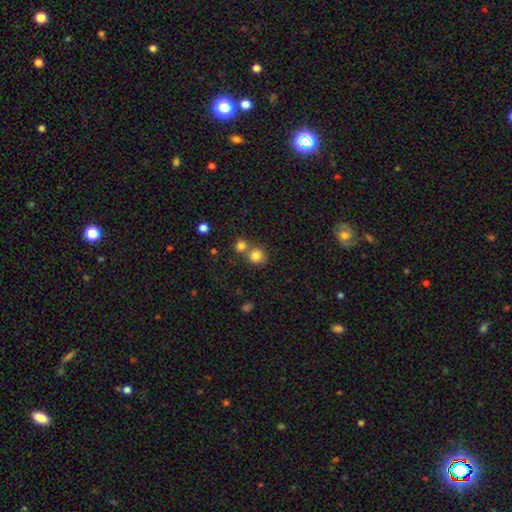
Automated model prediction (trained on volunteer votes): A smooth galaxy with no disk features (82%) that is round (88%).

Vote fractions:
- Smooth or featured? smooth: 82% / star or artifact: 12% / featured or disk: 7%
- How rounded? round: 88% / in between: 11% / cigar-shaped: 1%
- Merging? none: 56% / merger: 34% / minor disturbance: 7% / major disturbance: 3%